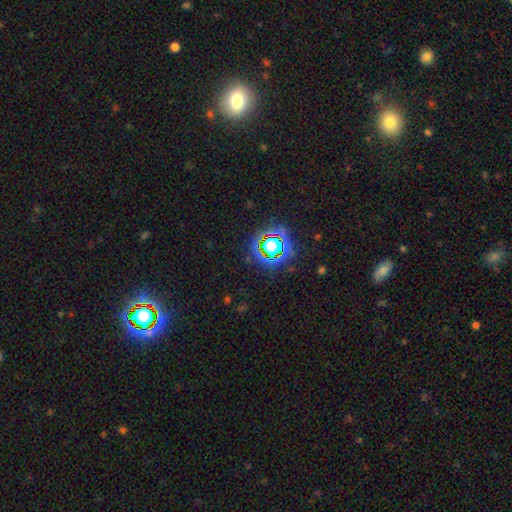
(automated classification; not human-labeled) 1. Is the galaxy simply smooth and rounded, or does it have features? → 79% star or artifact, 12% smooth, 9% featured or disk.